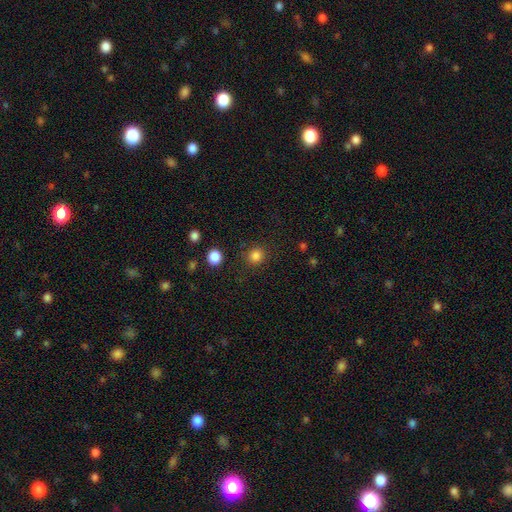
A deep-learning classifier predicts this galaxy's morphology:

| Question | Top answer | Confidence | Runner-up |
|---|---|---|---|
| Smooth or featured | smooth | 84% | star or artifact (13%) |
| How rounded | round | 88% | in between (11%) |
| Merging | none | 88% | minor disturbance (7%) |